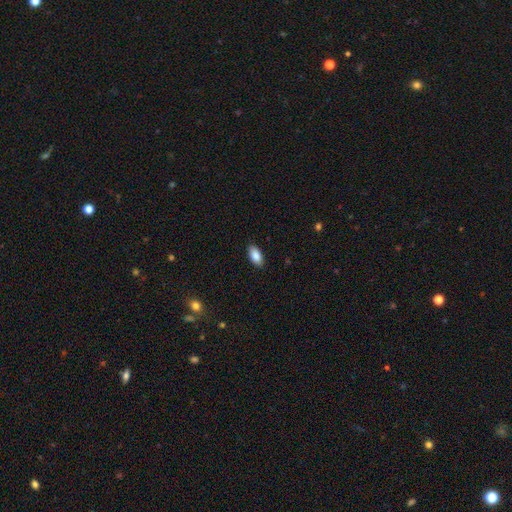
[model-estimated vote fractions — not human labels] Smooth or featured? smooth (88%)
How rounded? in between (93%)
Merging? none (88%)